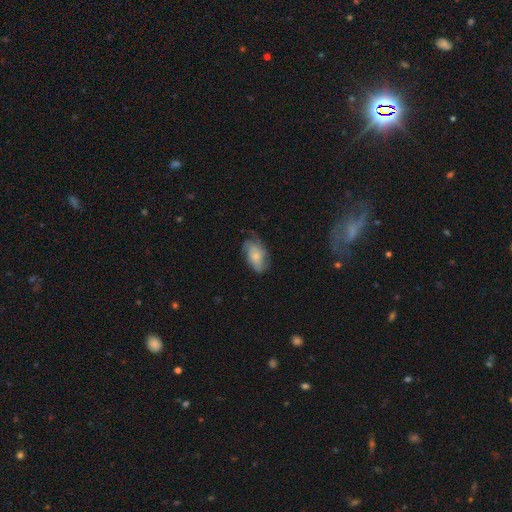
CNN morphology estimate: A smooth galaxy with no disk features (58%) that is in between round and cigar-shaped (91%). Merging: none (55%).